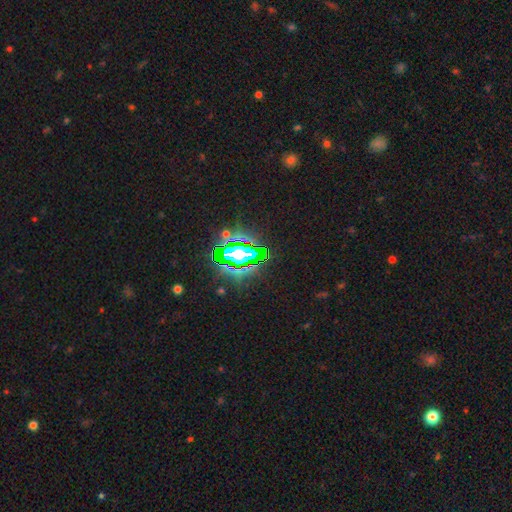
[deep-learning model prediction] Smooth or featured? star or artifact (75%)